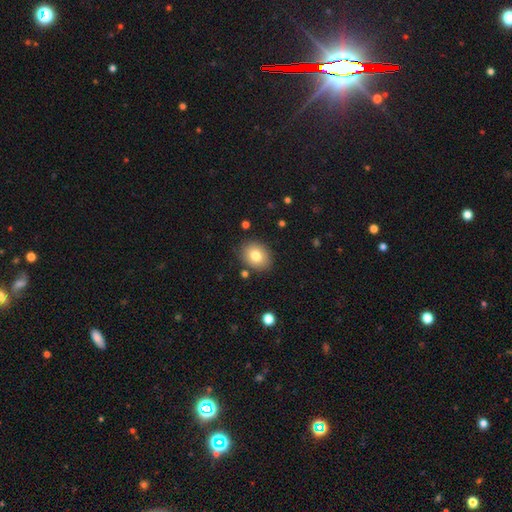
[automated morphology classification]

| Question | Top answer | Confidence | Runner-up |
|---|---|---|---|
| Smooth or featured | smooth | 80% | featured or disk (11%) |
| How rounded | in between | 57% | round (42%) |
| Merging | none | 86% | minor disturbance (9%) |